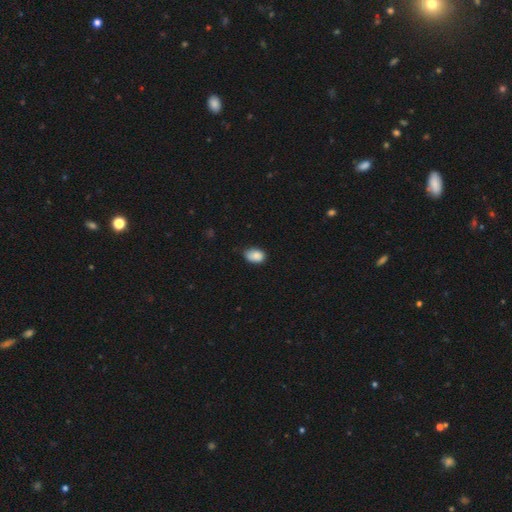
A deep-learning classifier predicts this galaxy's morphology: type=smooth (87%); roundness=in between (83%); merging=none (66%).